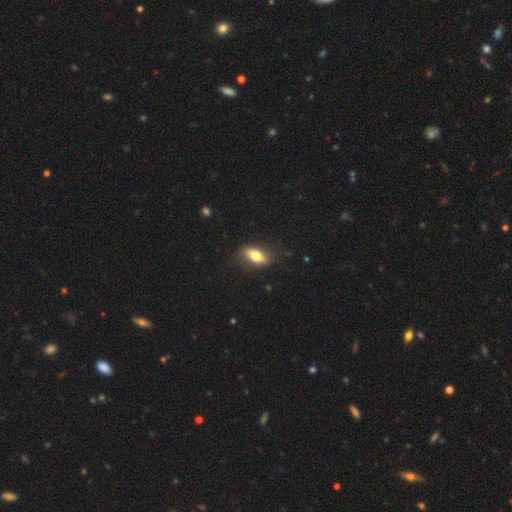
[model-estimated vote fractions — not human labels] Overall: smooth (75%). How rounded: in between (79%). Merging: none (80%).